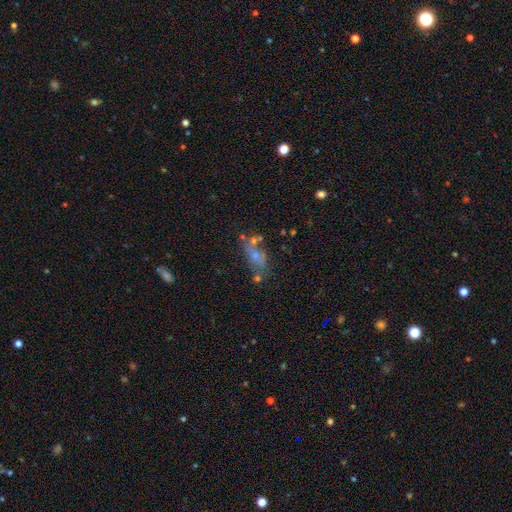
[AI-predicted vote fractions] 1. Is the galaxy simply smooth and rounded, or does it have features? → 39% smooth, 35% featured or disk, 26% star or artifact.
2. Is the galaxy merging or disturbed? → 49% none, 25% merger, 16% minor disturbance, 10% major disturbance.